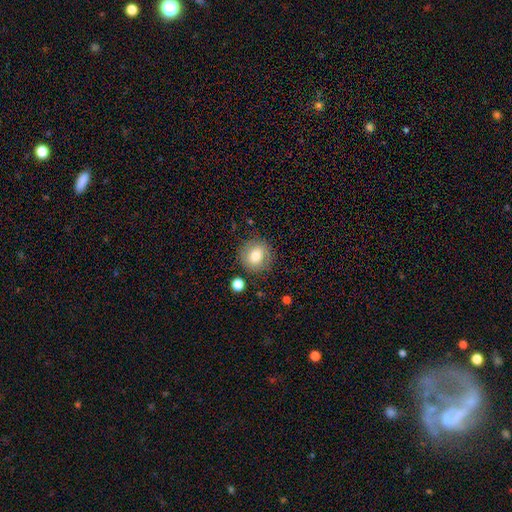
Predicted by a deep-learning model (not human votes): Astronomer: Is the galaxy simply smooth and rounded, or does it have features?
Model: smooth — 76%.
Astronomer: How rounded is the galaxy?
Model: round — 89%.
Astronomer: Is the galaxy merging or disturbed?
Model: none — 83%.